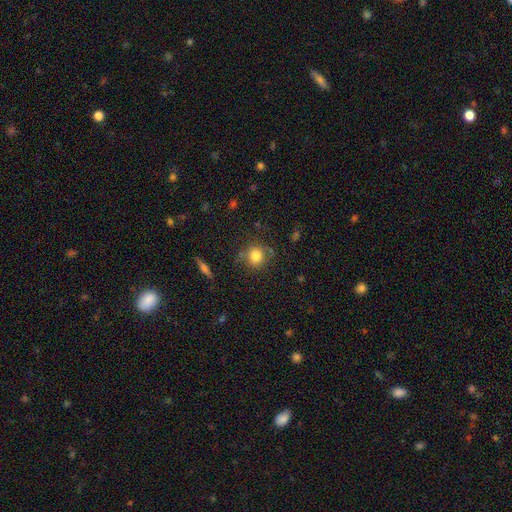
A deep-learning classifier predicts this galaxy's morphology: Overall: smooth (80%). How rounded: round (87%). Merging: none (78%).